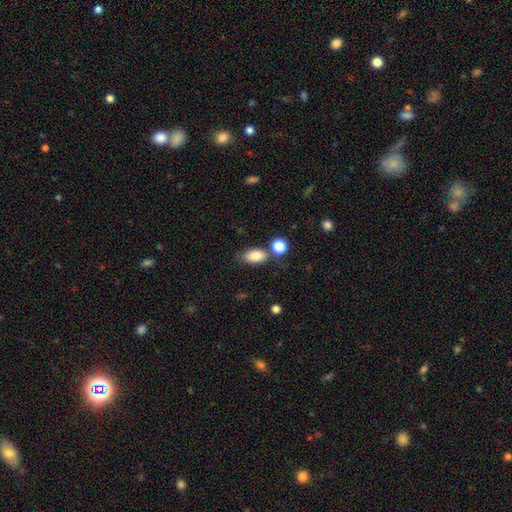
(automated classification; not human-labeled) A smooth galaxy with no disk features (85%) that is in between round and cigar-shaped (88%).

Vote fractions:
- Smooth or featured? smooth: 85% / star or artifact: 8% / featured or disk: 7%
- How rounded? in between: 88% / round: 8% / cigar-shaped: 4%
- Merging? none: 64% / minor disturbance: 16% / merger: 15% / major disturbance: 5%